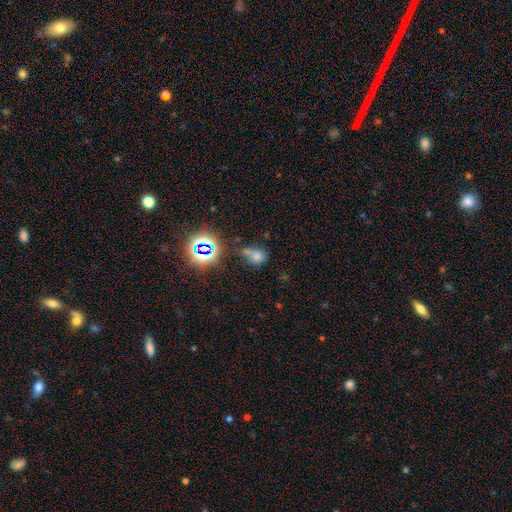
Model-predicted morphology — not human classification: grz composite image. It shows a smooth galaxy with no disk features (63%) that is round (60%). Merging: none (41%).